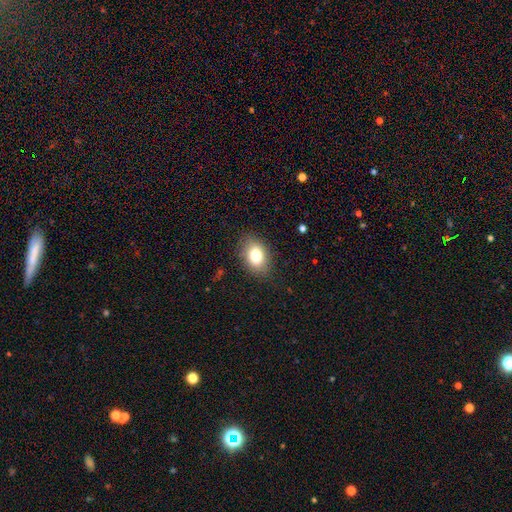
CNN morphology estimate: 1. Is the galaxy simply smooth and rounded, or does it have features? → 80% smooth, 11% featured or disk, 9% star or artifact.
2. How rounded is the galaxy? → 80% in between, 18% round, 1% cigar-shaped.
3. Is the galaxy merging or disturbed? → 83% none, 12% minor disturbance, 3% major disturbance, 1% merger.